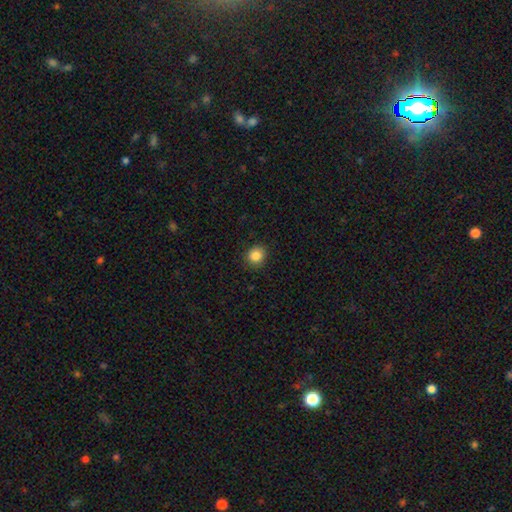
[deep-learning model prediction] A smooth galaxy with no disk features (86%) that is round (86%). Merging: none (89%).